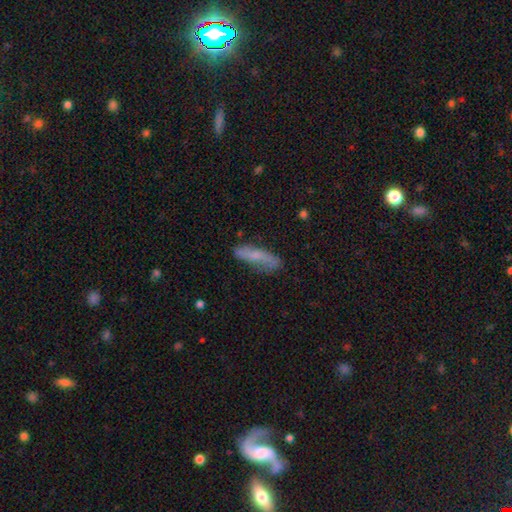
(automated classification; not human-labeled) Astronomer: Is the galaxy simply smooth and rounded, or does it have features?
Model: smooth — 60%.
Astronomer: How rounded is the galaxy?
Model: cigar-shaped — 68%.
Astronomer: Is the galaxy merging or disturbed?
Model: none — 67%.